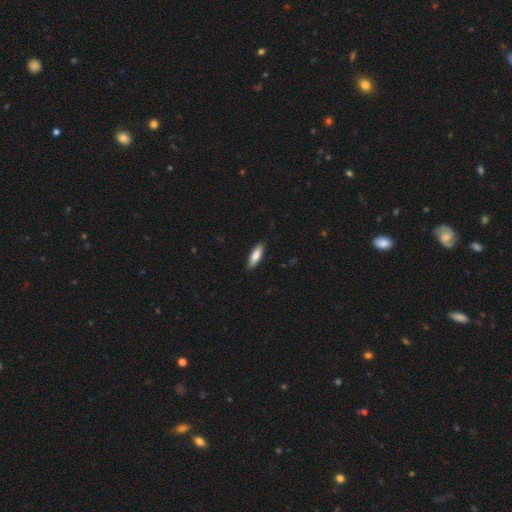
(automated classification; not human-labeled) Smooth or featured? smooth (80%)
How rounded? in between (49%, tied with cigar-shaped)
Merging? none (88%)